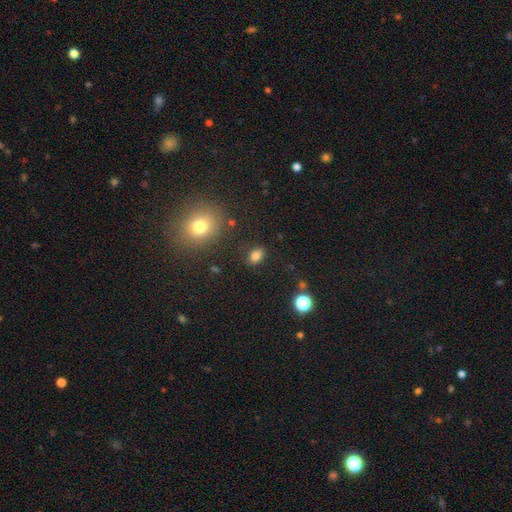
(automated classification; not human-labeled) A smooth galaxy with no disk features (81%) that is in between round and cigar-shaped (80%).

Vote fractions:
- Smooth or featured? smooth: 81% / star or artifact: 13% / featured or disk: 6%
- How rounded? in between: 80% / round: 18% / cigar-shaped: 2%
- Merging? none: 85% / minor disturbance: 10% / major disturbance: 3% / merger: 3%